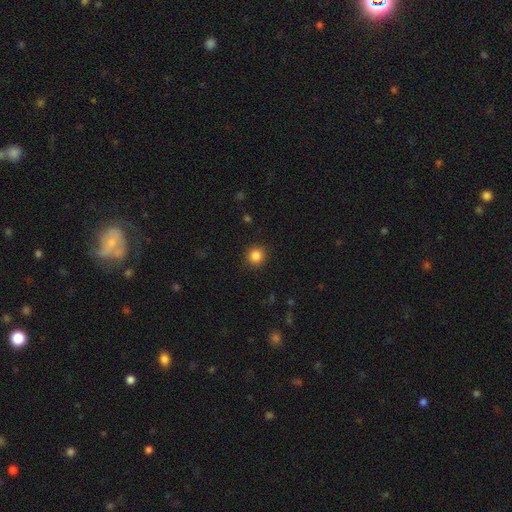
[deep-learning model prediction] smooth 86%, star or artifact 11%, featured or disk 3%. Down the decision tree: how rounded — round (93%); merging — none (91%).